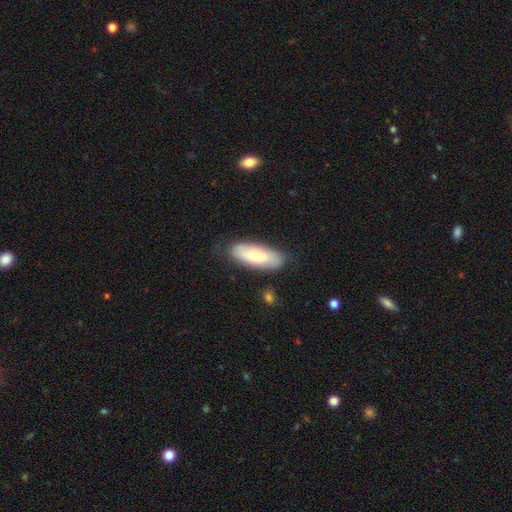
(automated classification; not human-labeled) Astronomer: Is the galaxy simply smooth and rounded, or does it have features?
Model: smooth — 71%.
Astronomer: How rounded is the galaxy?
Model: in between — 71%.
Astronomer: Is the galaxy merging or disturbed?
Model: none — 80%.